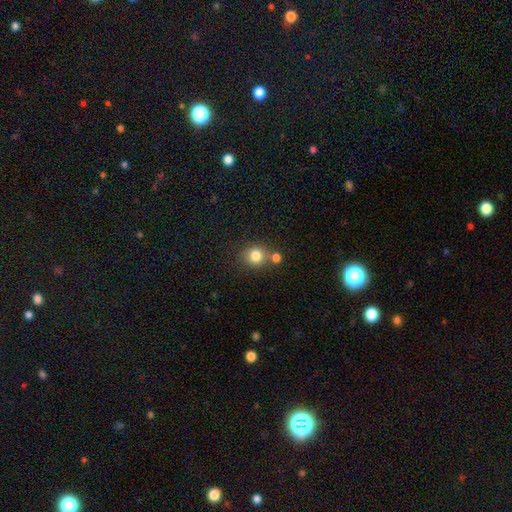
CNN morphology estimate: This appears to be a smooth galaxy with no disk features (81%) that is round (86%). Merging: none (68%).